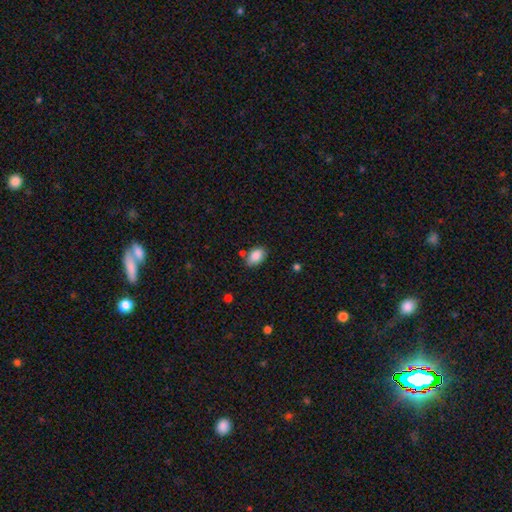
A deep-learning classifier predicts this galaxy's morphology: This is clearly a smooth galaxy (87%). How rounded: clearly in between (90%). Merging: likely none (75%).